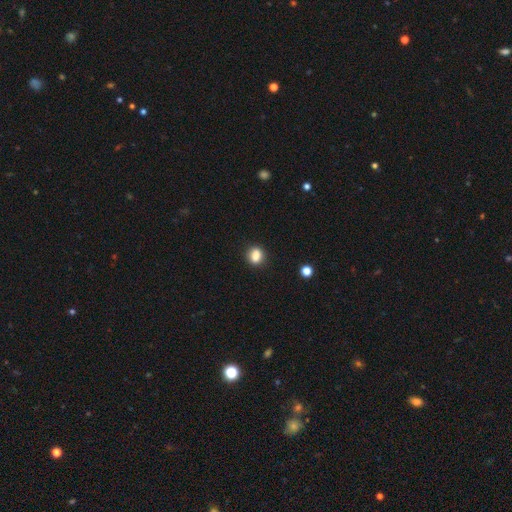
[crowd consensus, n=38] Smooth or featured? smooth (82%)
How rounded? round (74%)
Merging? none (88%)